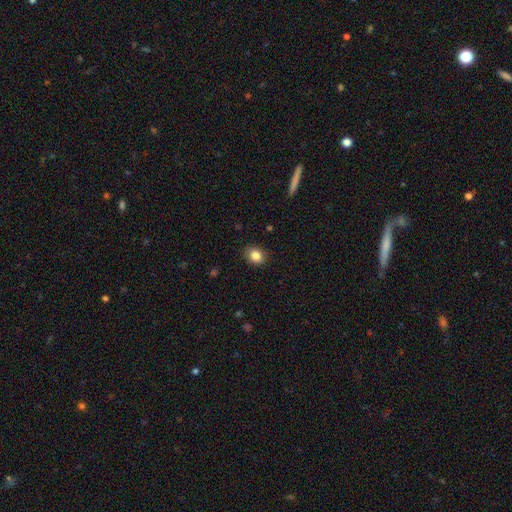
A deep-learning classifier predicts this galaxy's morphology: Smooth or featured?
  - smooth: 84% *
  - star or artifact: 10%
  - featured or disk: 6%
How rounded?
  - round: 64% *
  - in between: 35%
  - cigar-shaped: 1%
Merging?
  - none: 87% *
  - minor disturbance: 10%
  - major disturbance: 2%
  - merger: 1%